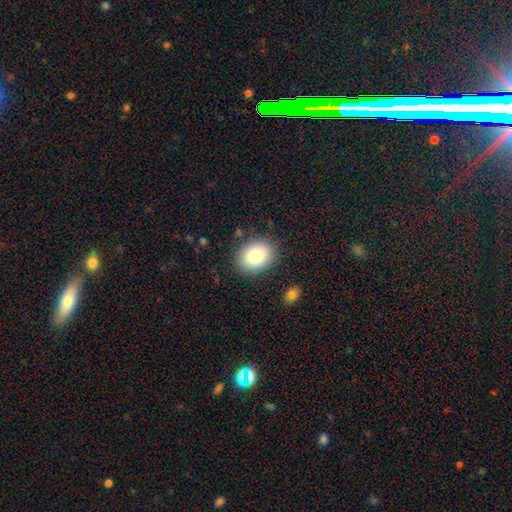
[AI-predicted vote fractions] smooth-or-featured: smooth: 83% | featured or disk: 9% | star or artifact: 8%
  how-rounded: in between: 54% | round: 45% | cigar-shaped: 1%
  merging: none: 86% | minor disturbance: 10% | major disturbance: 3% | merger: 2%